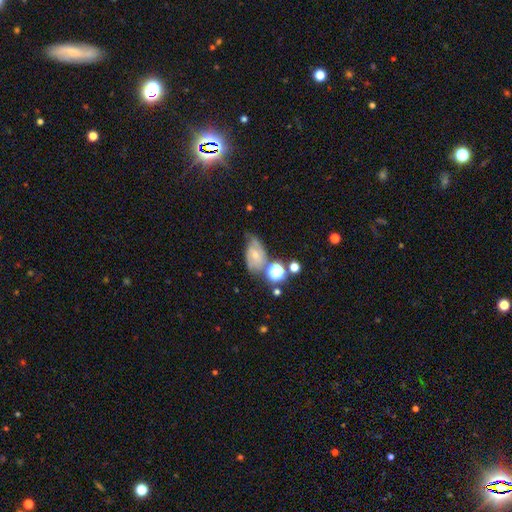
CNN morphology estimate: Q: Smooth or featured?
A: featured or disk (52%); runner-up: smooth (34%)
Q: Edge-on disk?
A: no (95%); runner-up: yes (5%)
Q: Merging?
A: none (43%); runner-up: minor disturbance (29%)